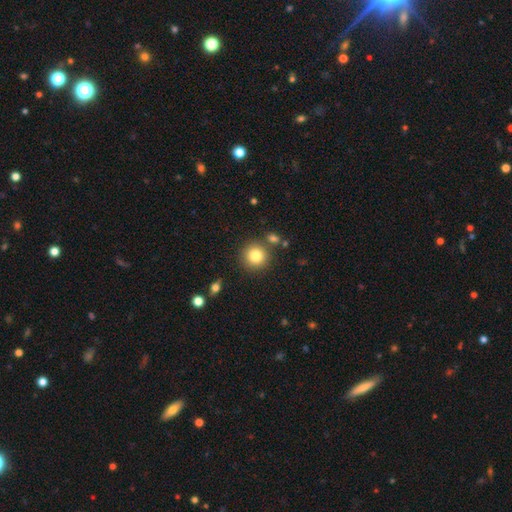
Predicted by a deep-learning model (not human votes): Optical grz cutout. It shows a smooth galaxy with no disk features (82%) that is round (93%). Merging: none (82%).